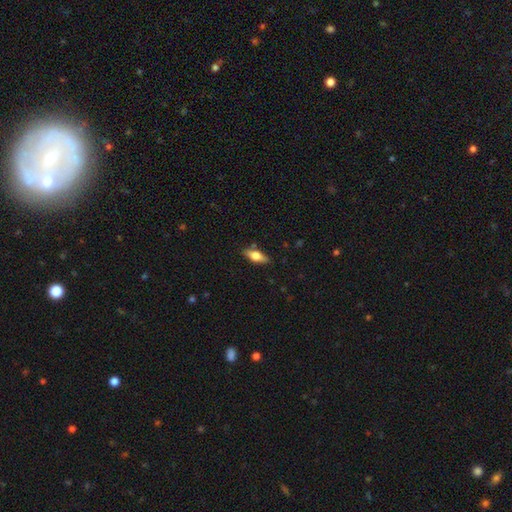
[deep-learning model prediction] Smooth or featured? Predicted: smooth (p=0.57). How rounded? Predicted: in between (p=0.67). Merging? Predicted: none (p=0.83).